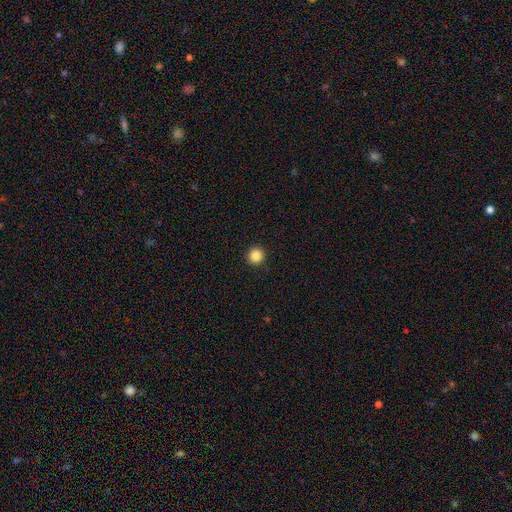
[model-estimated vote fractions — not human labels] This appears to be a smooth galaxy with no disk features (86%) that is round (96%). Merging: none (93%).